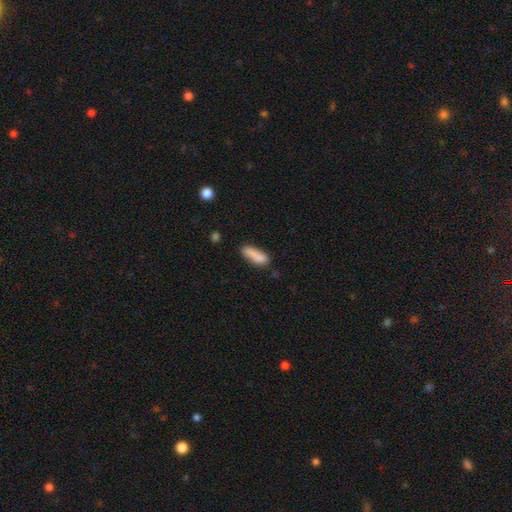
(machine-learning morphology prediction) This is clearly a smooth galaxy (82%). How rounded: possibly in between (52%). Merging: likely none (62%).